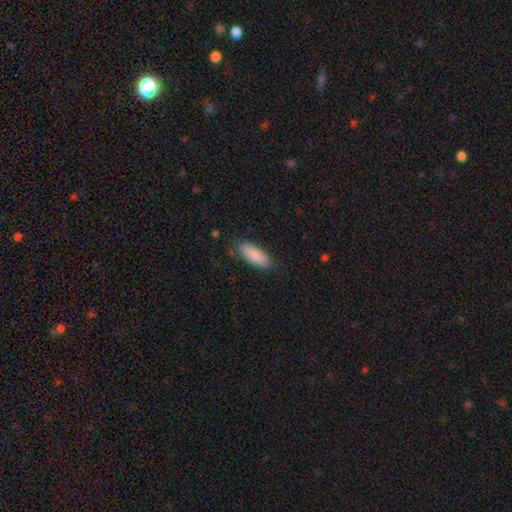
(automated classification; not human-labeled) Morphology: type=smooth (85%); roundness=in between (79%); merging=none (78%).